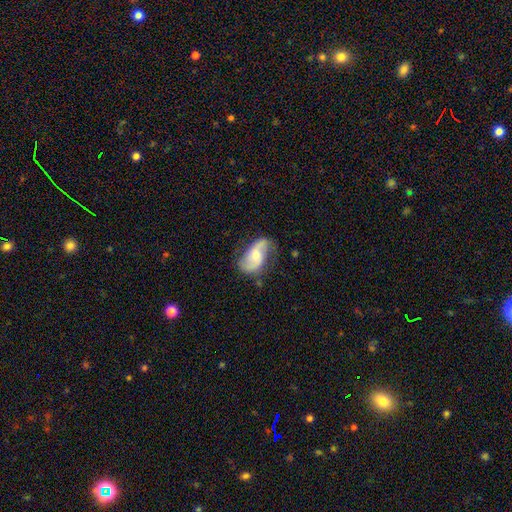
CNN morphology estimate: The model was most divided on "bulge size": moderate: 53%, small: 40%, large: 4%, none: 2%, dominant: 1%. More confident: edge-on disk — no (95%); spiral arms — yes (90%); spiral arm count — 2 (87%); smooth or featured — featured or disk (67%); merging — none (67%); spiral winding — loose (60%); bar — no (58%).